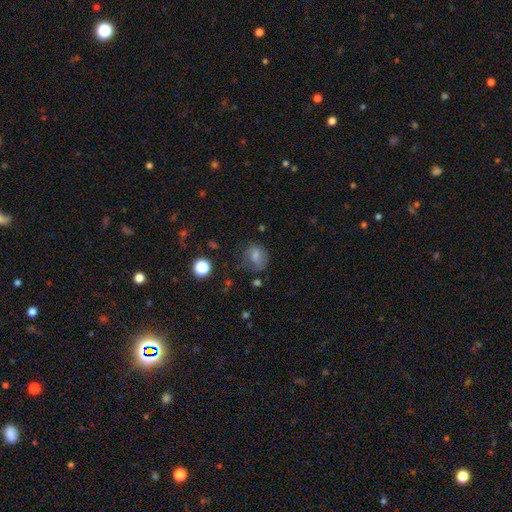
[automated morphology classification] smooth_or_featured: smooth (p=0.64) [alt: featured or disk p=0.23]
how_rounded: round (p=0.59) [alt: in between p=0.40]
merging: none (p=0.52) [alt: minor disturbance p=0.27]